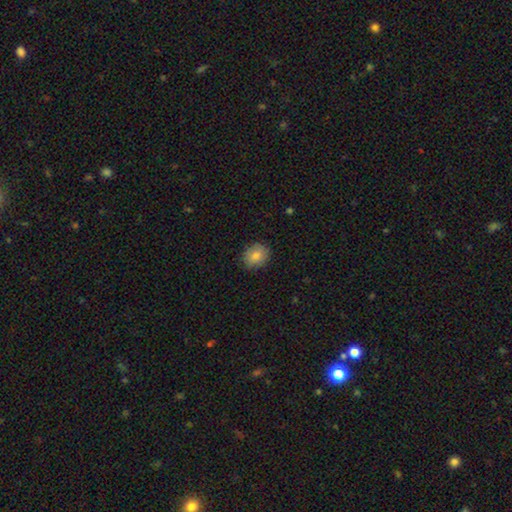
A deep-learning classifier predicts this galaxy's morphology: Q: Smooth or featured?
A: smooth (81%); runner-up: featured or disk (10%)
Q: How rounded?
A: round (53%); runner-up: in between (46%)
Q: Merging?
A: none (86%); runner-up: minor disturbance (11%)